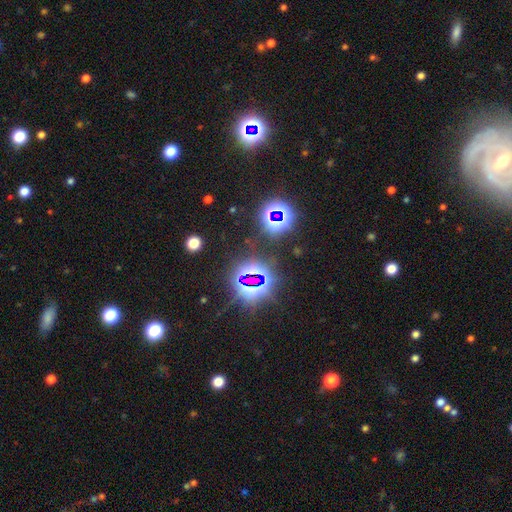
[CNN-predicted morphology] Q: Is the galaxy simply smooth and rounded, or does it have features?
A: star or artifact — 80%.